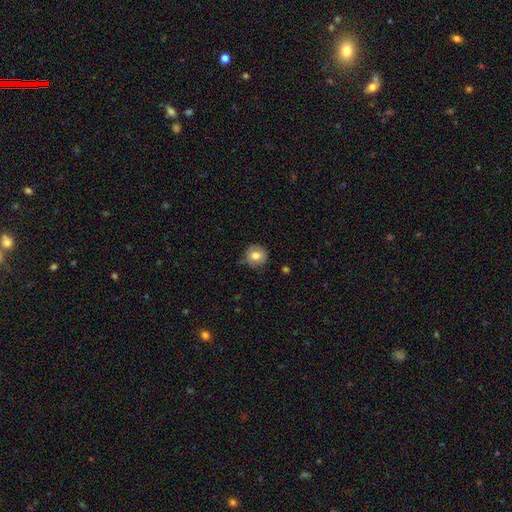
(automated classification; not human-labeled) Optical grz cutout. It shows a smooth galaxy with no disk features (79%) that is round (93%). Merging: none (78%).